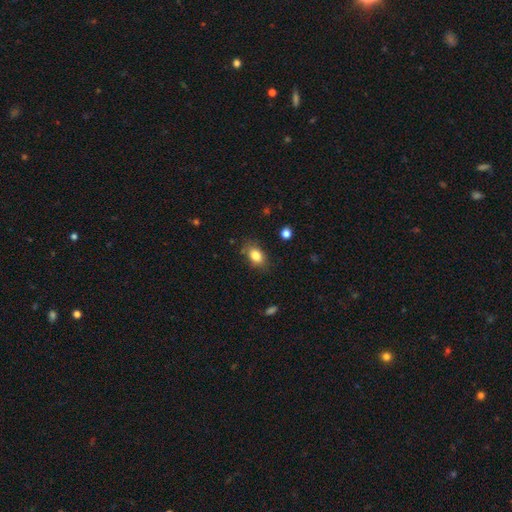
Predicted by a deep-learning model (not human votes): Overall: smooth (83%). How rounded: in between (85%). Merging: none (79%).